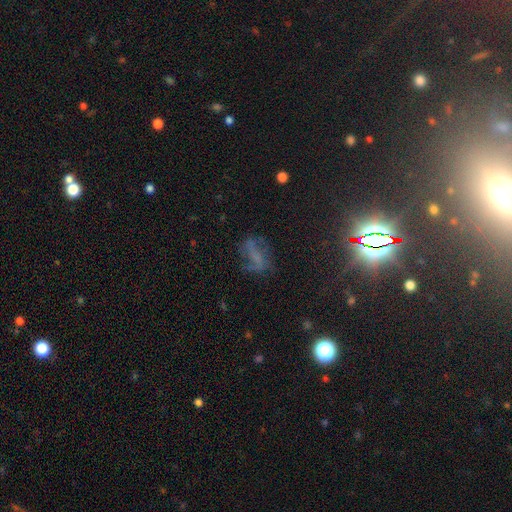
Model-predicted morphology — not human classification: smooth-or-featured: featured or disk: 44% | star or artifact: 30% | smooth: 25%
  merging: none: 53% | major disturbance: 23% | minor disturbance: 20% | merger: 4%